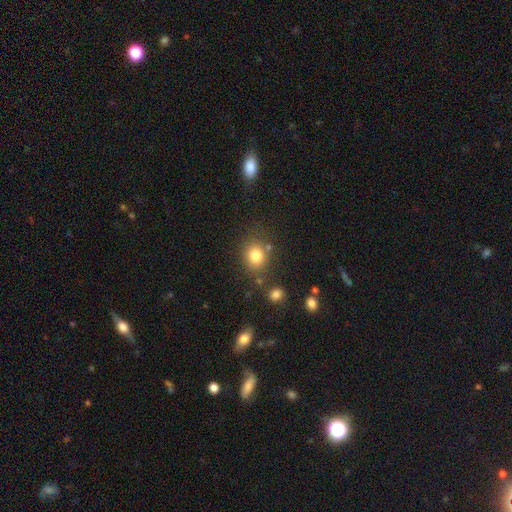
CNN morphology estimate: smooth_or_featured: smooth (p=0.81) [alt: star or artifact p=0.12]
how_rounded: round (p=0.71) [alt: in between p=0.28]
merging: none (p=0.76) [alt: minor disturbance p=0.12]